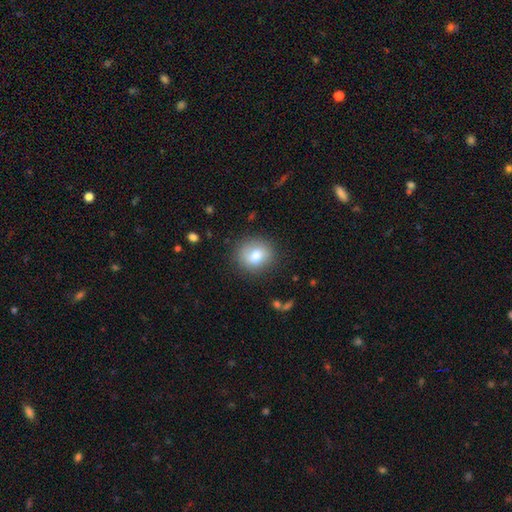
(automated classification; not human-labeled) Overall: smooth (78%). How rounded: round (76%). Merging: none (82%).